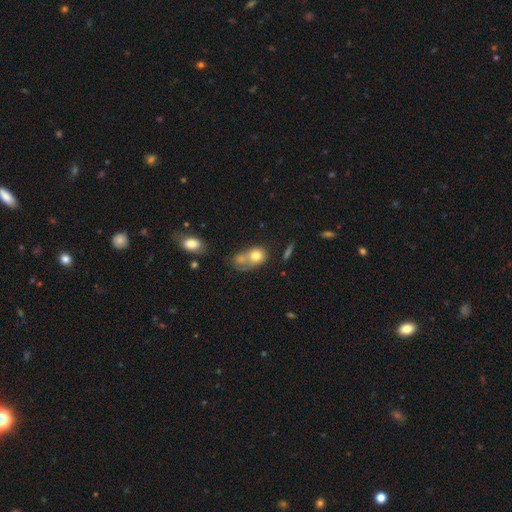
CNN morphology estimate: A smooth galaxy with no disk features (74%) that is round (50%).

Vote fractions:
- Smooth or featured? smooth: 74% / featured or disk: 17% / star or artifact: 9%
- How rounded? round: 50% / in between: 48% / cigar-shaped: 2%
- Merging? merger: 48% / none: 26% / minor disturbance: 14% / major disturbance: 12%